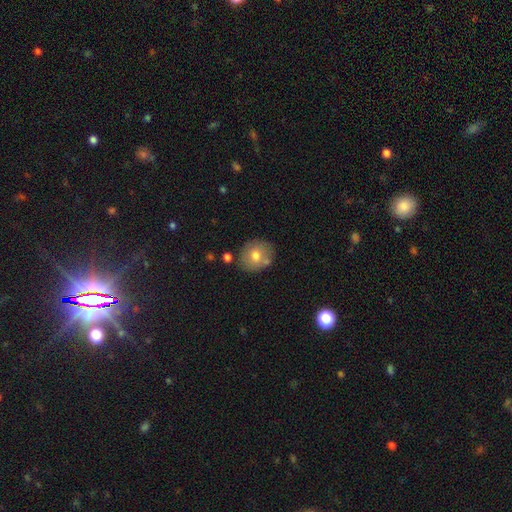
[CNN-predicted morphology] Q: Smooth or featured?
A: smooth (70%); runner-up: featured or disk (22%)
Q: How rounded?
A: round (73%); runner-up: in between (26%)
Q: Merging?
A: none (75%); runner-up: minor disturbance (13%)